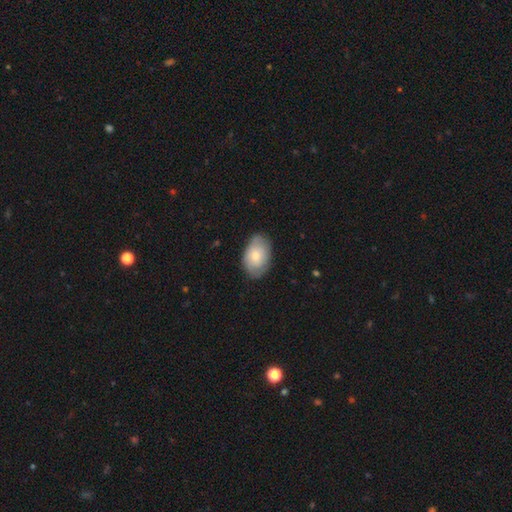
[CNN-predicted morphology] smooth-or-featured: smooth: 68% | featured or disk: 26% | star or artifact: 6%
  how-rounded: in between: 89% | round: 10% | cigar-shaped: 1%
  merging: none: 77% | minor disturbance: 19% | major disturbance: 4% | merger: 1%